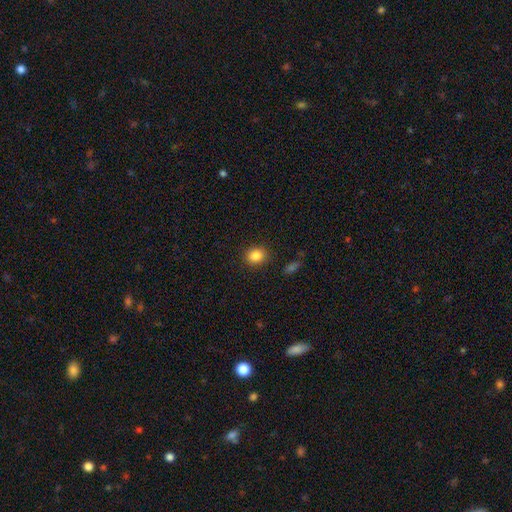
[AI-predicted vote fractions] Smooth or featured? Predicted: smooth (p=0.85). How rounded? Predicted: round (p=0.65). Merging? Predicted: none (p=0.88).